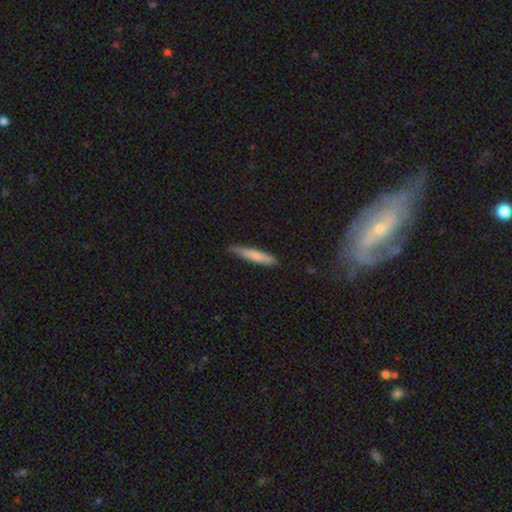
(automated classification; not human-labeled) Smooth or featured? Predicted: smooth (p=0.72). How rounded? Predicted: cigar-shaped (p=0.91). Merging? Predicted: none (p=0.76).